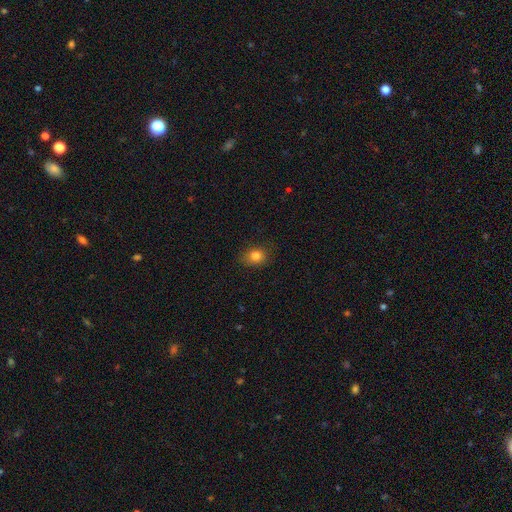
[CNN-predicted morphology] Overall: smooth (81%). How rounded: round (55%; in between 44%). Merging: none (83%).